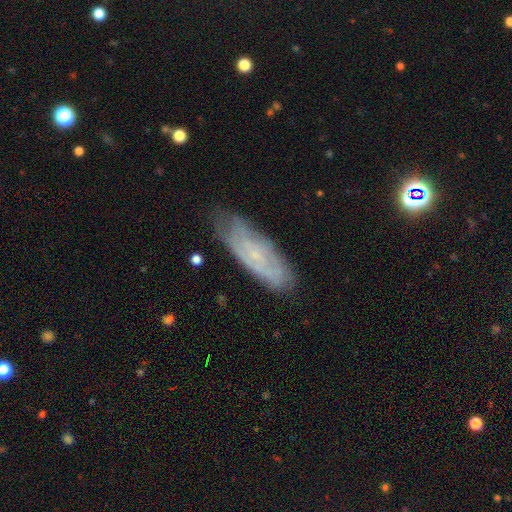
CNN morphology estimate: type=featured or disk (58%); edge-on=no (81%); merging=none (66%).